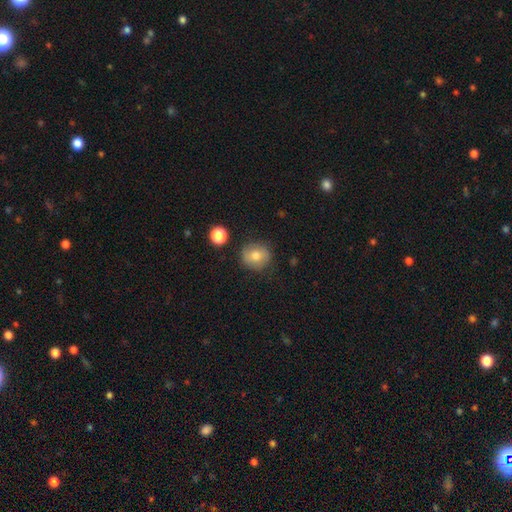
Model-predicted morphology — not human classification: This is likely a smooth galaxy (75%). How rounded: clearly round (88%). Merging: clearly none (84%).